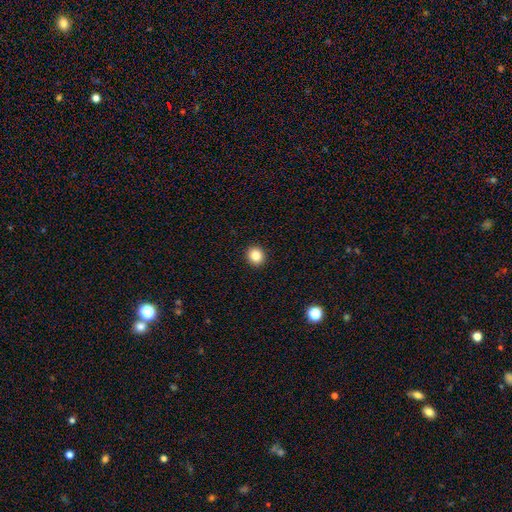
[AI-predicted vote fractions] smooth 84%, star or artifact 11%, featured or disk 5%. Down the decision tree: how rounded — round (84%); merging — none (93%).